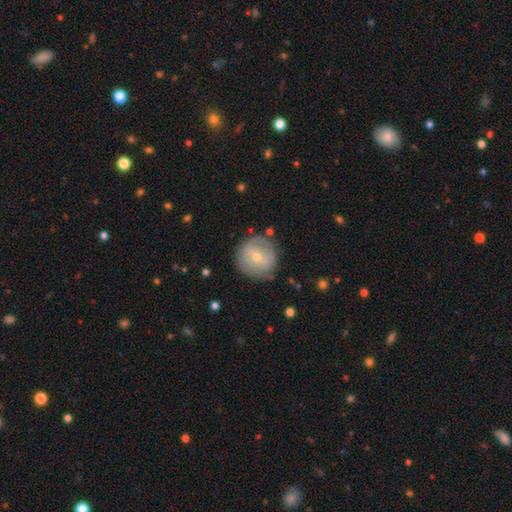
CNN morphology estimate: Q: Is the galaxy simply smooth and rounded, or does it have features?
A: smooth — 56%.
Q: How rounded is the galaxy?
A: round — 94%.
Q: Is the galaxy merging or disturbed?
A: none — 81%.